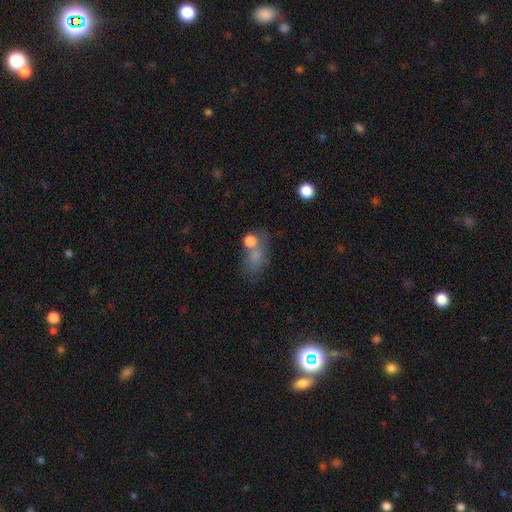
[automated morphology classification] smooth 68%, star or artifact 16%, featured or disk 15%. Down the decision tree: how rounded — in between (73%); merging — none (42%).